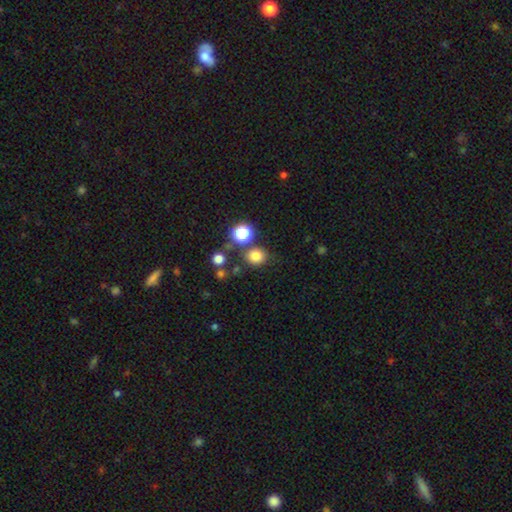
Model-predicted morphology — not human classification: The model was most divided on "how rounded": round: 80%, in between: 20%, cigar-shaped: 1%. More confident: smooth or featured — smooth (78%); merging — none (77%).